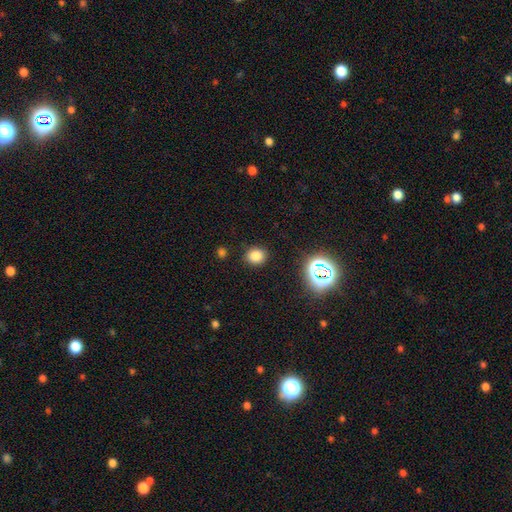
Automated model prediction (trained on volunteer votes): A smooth galaxy with no disk features (80%) that is round (73%). Merging: none (87%).